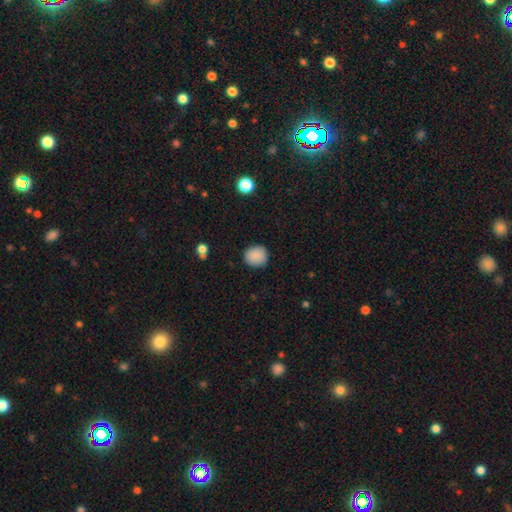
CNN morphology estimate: Smooth or featured? Predicted: smooth (p=0.88). How rounded? Predicted: round (p=0.84). Merging? Predicted: none (p=0.88).